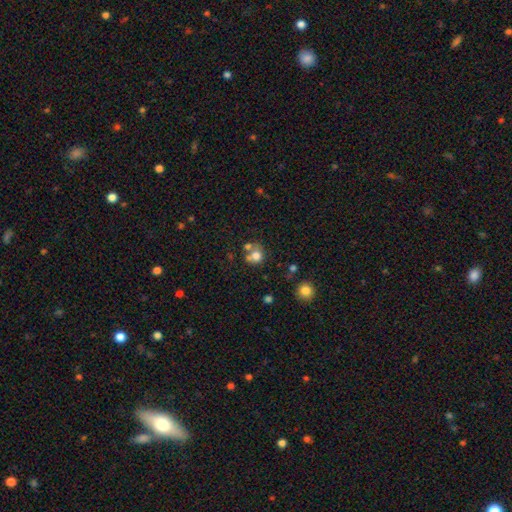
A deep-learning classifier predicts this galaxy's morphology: This appears to be a smooth galaxy with no disk features (72%) that is round (74%). Merging: none (42%).